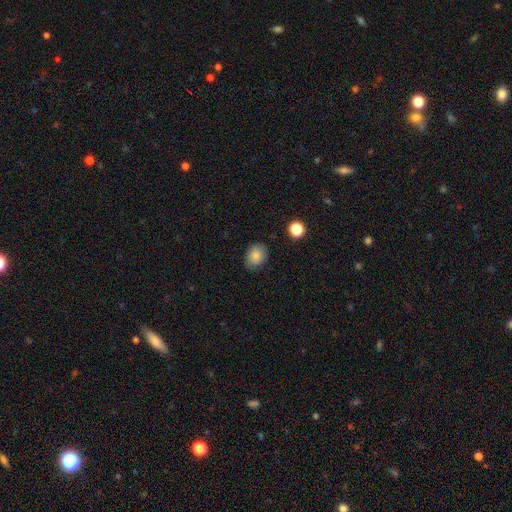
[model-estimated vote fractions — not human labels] The model was most divided on "how rounded": in between: 58%, round: 41%, cigar-shaped: 1%. More confident: smooth or featured — smooth (83%); merging — none (80%).